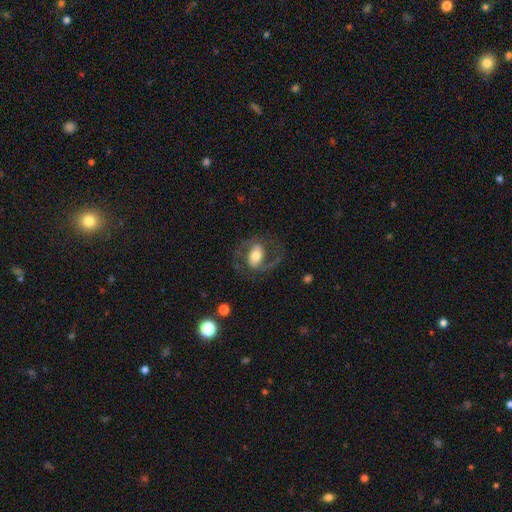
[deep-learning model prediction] Smooth or featured: featured or disk — 71% (smooth — 22%)
Edge-on disk: no — 96% (yes — 4%)
Bar: weak — 37% (strong — 32%)
Spiral arms: yes — 86% (no — 14%)
Spiral winding: medium — 56% (loose — 27%)
Spiral arm count: 2 — 88% (can't tell — 5%)
Bulge size: moderate — 63% (large — 20%)
Merging: none — 70% (minor disturbance — 14%)